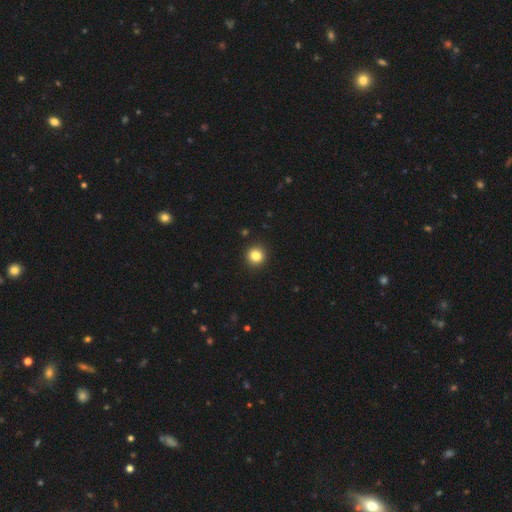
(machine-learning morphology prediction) Smooth or featured: smooth — 84% (star or artifact — 11%)
How rounded: round — 92% (in between — 7%)
Merging: none — 93% (minor disturbance — 5%)